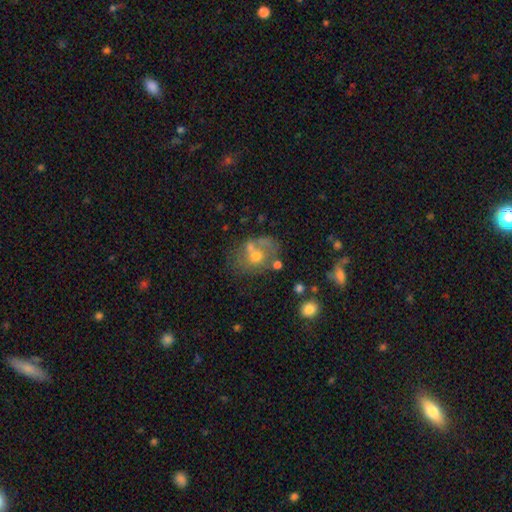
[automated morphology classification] Smooth or featured? Predicted: smooth (p=0.45). Merging? Predicted: none (p=0.37).